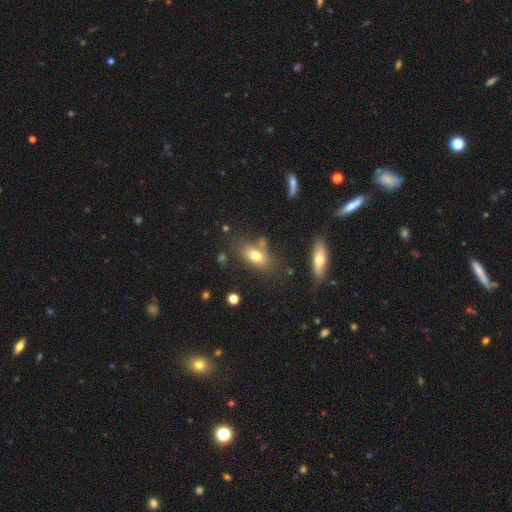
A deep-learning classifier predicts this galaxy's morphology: Smooth or featured? Predicted: smooth (p=0.73). How rounded? Predicted: in between (p=0.84). Merging? Predicted: none (p=0.68).